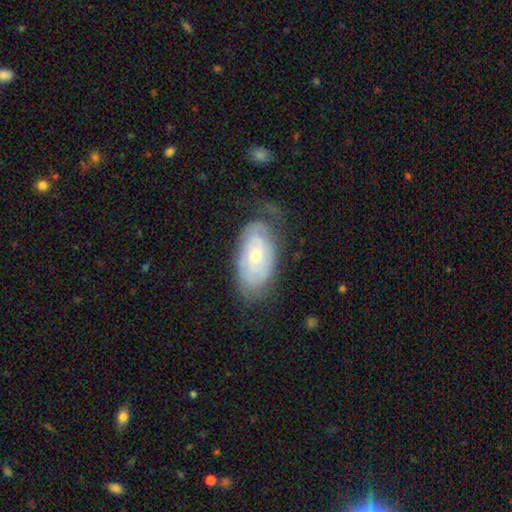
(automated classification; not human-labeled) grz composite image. It shows a featured or disk galaxy (65%) with no bar (75%), spiral arms (73%) and a small central bulge (50%). Merging: none (57%).